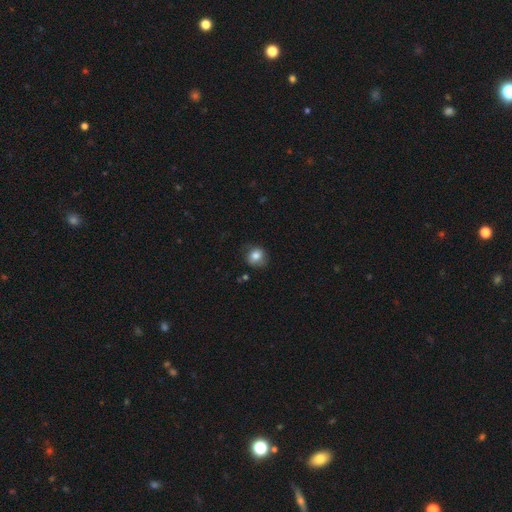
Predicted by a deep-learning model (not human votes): smooth-or-featured: smooth: 80% | featured or disk: 11% | star or artifact: 9%
  how-rounded: round: 78% | in between: 22% | cigar-shaped: 1%
  merging: none: 72% | minor disturbance: 20% | major disturbance: 6% | merger: 2%